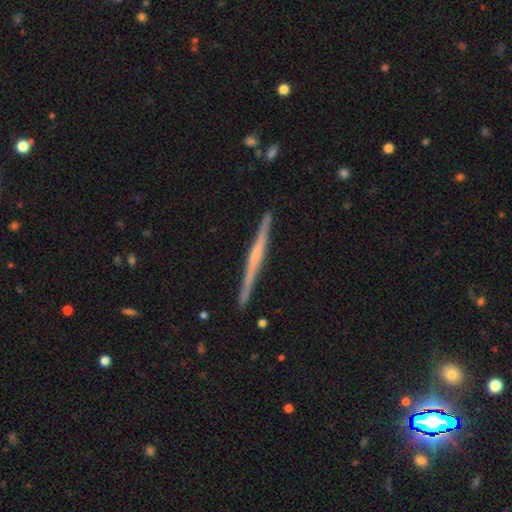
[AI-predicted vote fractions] Smooth or featured? featured or disk (74%)
Edge-on disk? yes (98%)
Edge-on bulge? rounded (46%)
Merging? none (91%)